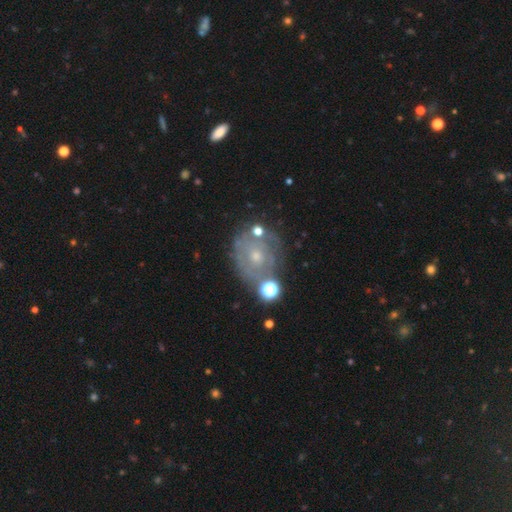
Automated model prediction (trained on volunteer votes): The model was most divided on "spiral arms": yes: 68%, no: 32%. More confident: edge-on disk — no (97%); bar — no (81%); bulge size — small (67%); smooth or featured — featured or disk (66%); merging — none (65%).